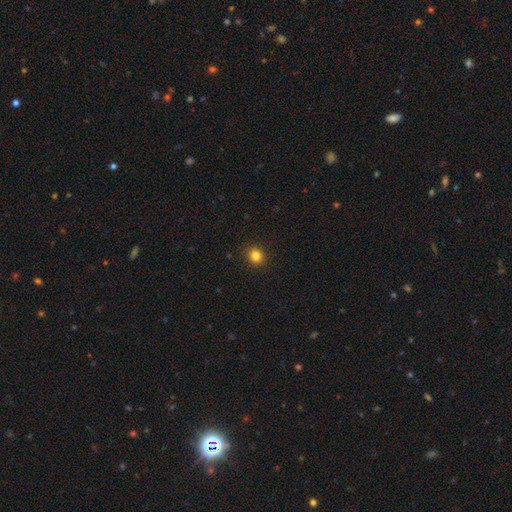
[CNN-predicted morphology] The model was most divided on "smooth or featured": smooth: 83%, star or artifact: 13%, featured or disk: 5%. More confident: merging — none (92%); how rounded — round (85%).